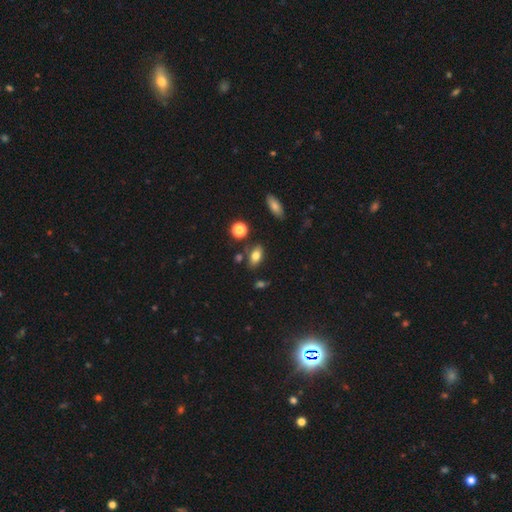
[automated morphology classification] type=smooth (78%); roundness=in between (86%); merging=none (77%).